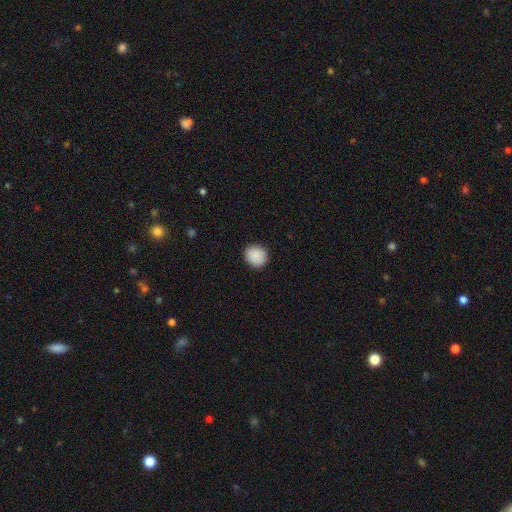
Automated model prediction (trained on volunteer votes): Q: Smooth or featured?
A: smooth (89%); runner-up: star or artifact (8%)
Q: How rounded?
A: round (87%); runner-up: in between (12%)
Q: Merging?
A: none (91%); runner-up: minor disturbance (7%)